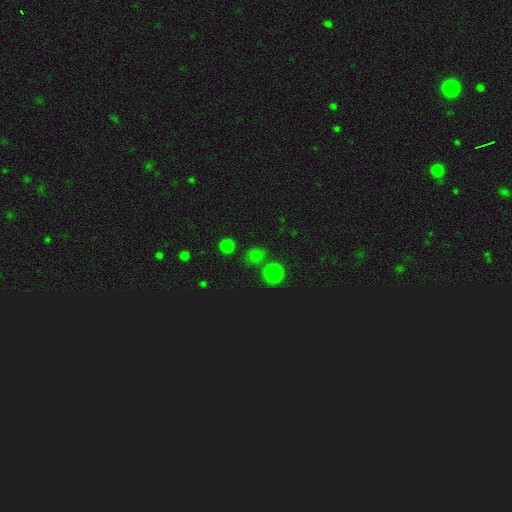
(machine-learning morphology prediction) type=smooth (67%); roundness=round (77%); merging=none (71%).